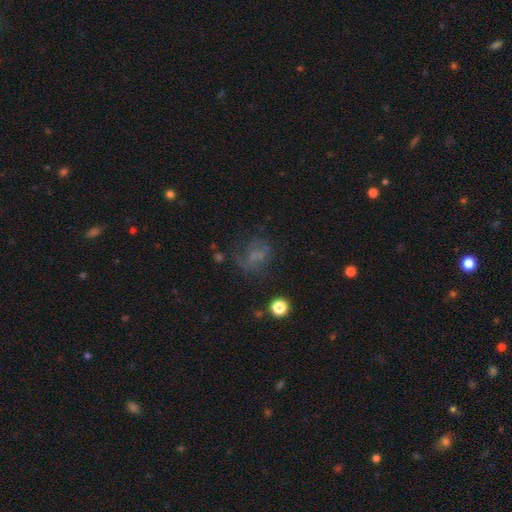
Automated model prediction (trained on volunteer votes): A featured or disk galaxy (38%). Merging: none (45%).